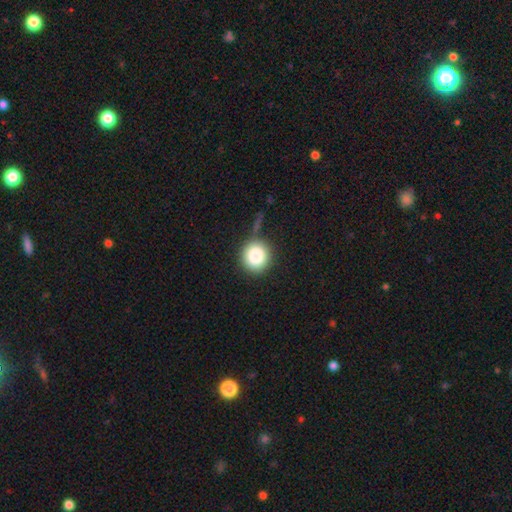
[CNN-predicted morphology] Overall: smooth (85%). How rounded: round (91%). Merging: none (77%).